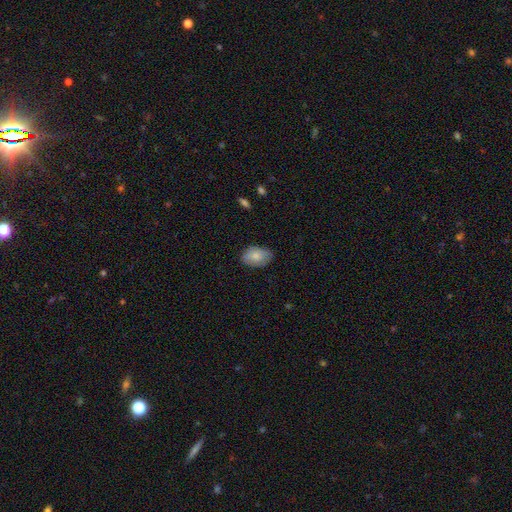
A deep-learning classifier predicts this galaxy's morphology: smooth-or-featured: smooth: 82% | featured or disk: 11% | star or artifact: 7%
  how-rounded: in between: 87% | round: 12% | cigar-shaped: 1%
  merging: none: 80% | minor disturbance: 16% | major disturbance: 3% | merger: 1%